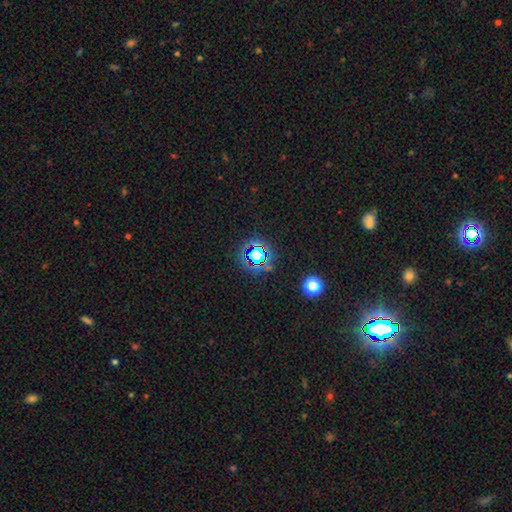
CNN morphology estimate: Overall: star or artifact (66%).